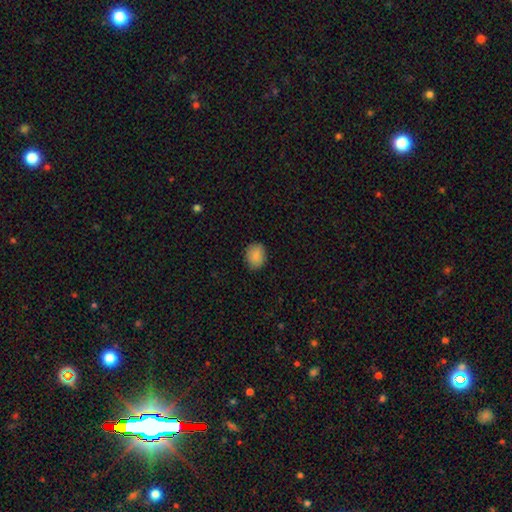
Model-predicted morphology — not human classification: This is clearly a smooth galaxy (88%). How rounded: possibly in between (56%). Merging: clearly none (86%).